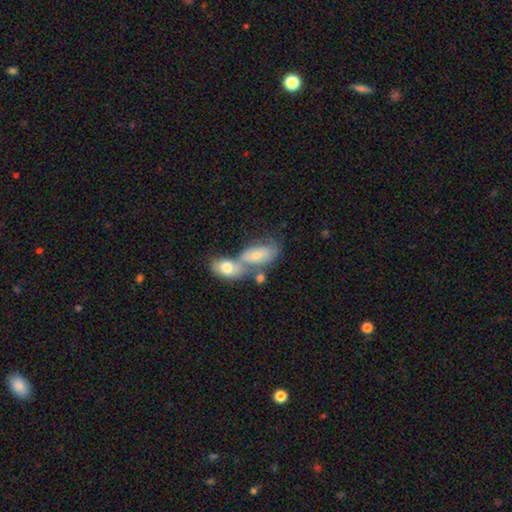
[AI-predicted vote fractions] A smooth galaxy with no disk features (55%) that is in between round and cigar-shaped (70%).

Vote fractions:
- Smooth or featured? smooth: 55% / featured or disk: 30% / star or artifact: 15%
- How rounded? in between: 70% / cigar-shaped: 19% / round: 11%
- Merging? merger: 55% / none: 31% / minor disturbance: 9% / major disturbance: 6%